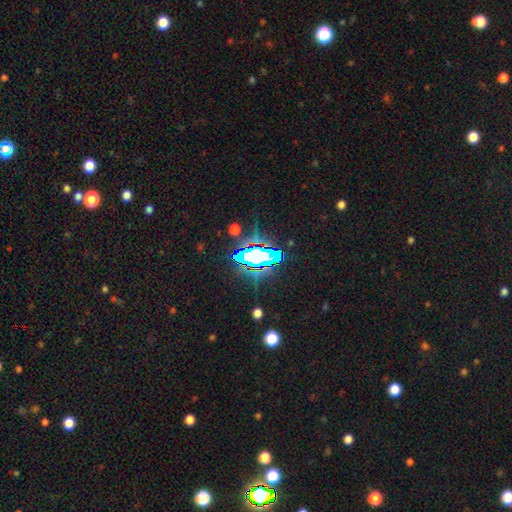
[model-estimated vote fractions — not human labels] Q: Smooth or featured?
A: star or artifact (63%); runner-up: smooth (19%)